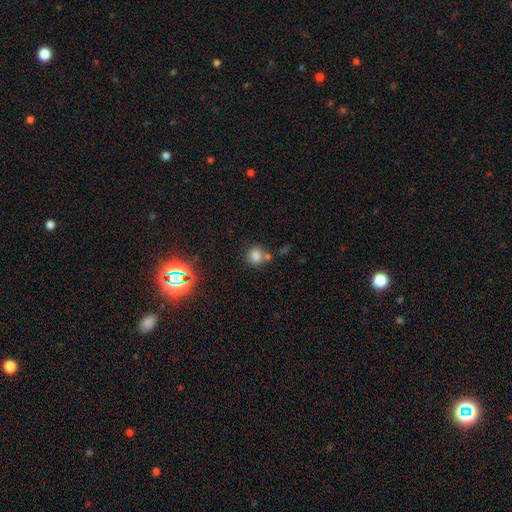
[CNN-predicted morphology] A smooth galaxy with no disk features (79%) that is round (83%).

Vote fractions:
- Smooth or featured? smooth: 79% / star or artifact: 14% / featured or disk: 7%
- How rounded? round: 83% / in between: 16% / cigar-shaped: 1%
- Merging? none: 65% / merger: 20% / minor disturbance: 11% / major disturbance: 4%